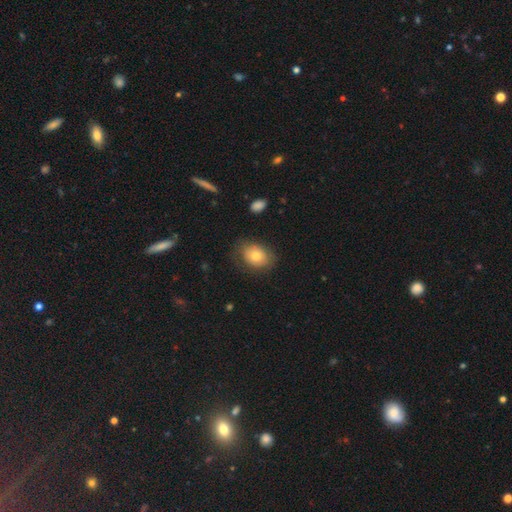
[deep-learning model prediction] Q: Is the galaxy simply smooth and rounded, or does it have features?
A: smooth — 73%.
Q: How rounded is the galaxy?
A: in between — 69%.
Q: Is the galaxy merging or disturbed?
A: none — 71%.